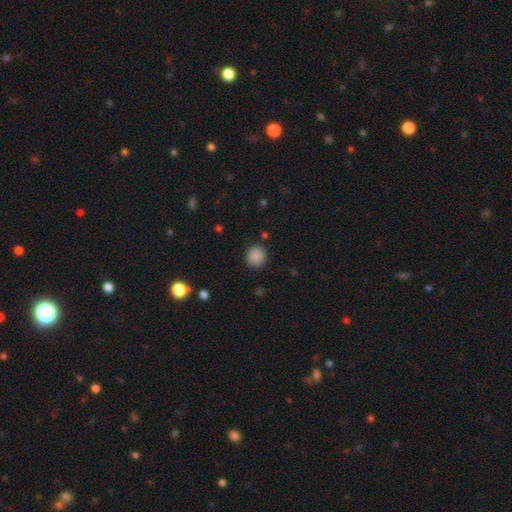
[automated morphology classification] A smooth galaxy with no disk features (87%) that is round (91%).

Vote fractions:
- Smooth or featured? smooth: 87% / star or artifact: 10% / featured or disk: 3%
- How rounded? round: 91% / in between: 8% / cigar-shaped: 1%
- Merging? none: 88% / minor disturbance: 8% / major disturbance: 3% / merger: 2%